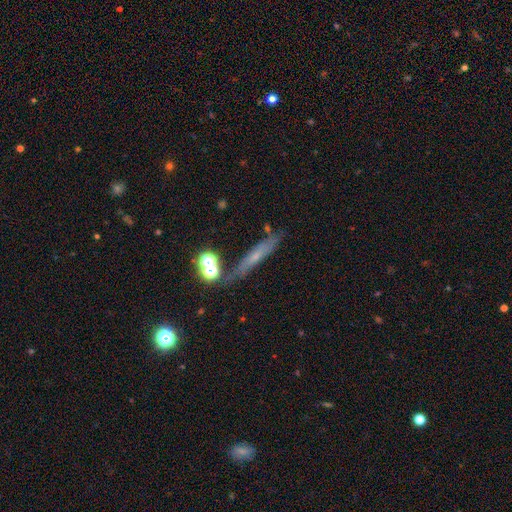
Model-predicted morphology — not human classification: A featured or disk galaxy (43%).

Vote fractions:
- Smooth or featured? featured or disk: 43% / smooth: 42% / star or artifact: 16%
- Merging? none: 71% / minor disturbance: 15% / merger: 8% / major disturbance: 5%